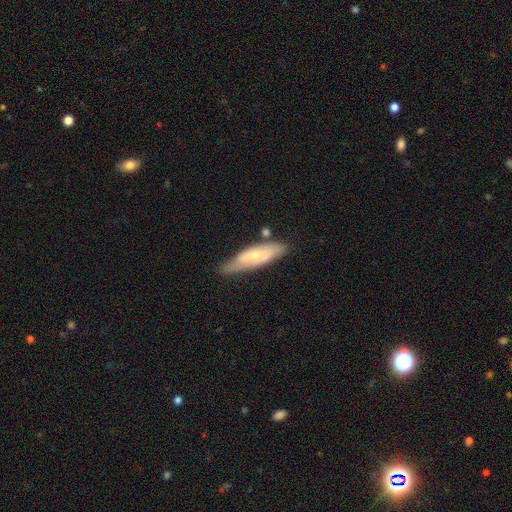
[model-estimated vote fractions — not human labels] A smooth galaxy with no disk features (49%).

Vote fractions:
- Smooth or featured? smooth: 49% / featured or disk: 46% / star or artifact: 6%
- Merging? none: 62% / minor disturbance: 26% / merger: 6% / major disturbance: 6%